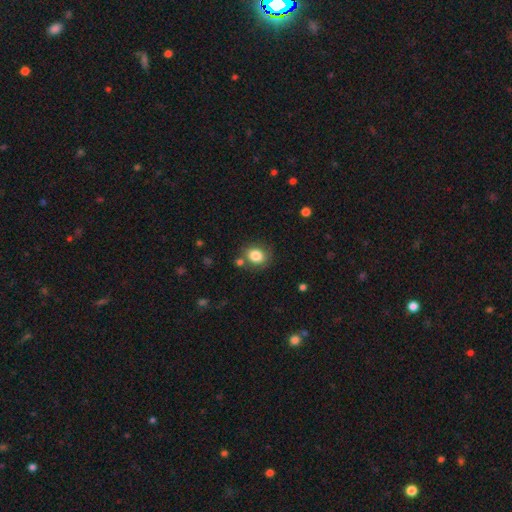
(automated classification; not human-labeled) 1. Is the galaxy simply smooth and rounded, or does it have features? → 84% smooth, 10% star or artifact, 6% featured or disk.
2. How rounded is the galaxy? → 62% round, 37% in between, 1% cigar-shaped.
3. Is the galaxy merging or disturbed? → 76% none, 12% minor disturbance, 8% merger, 4% major disturbance.